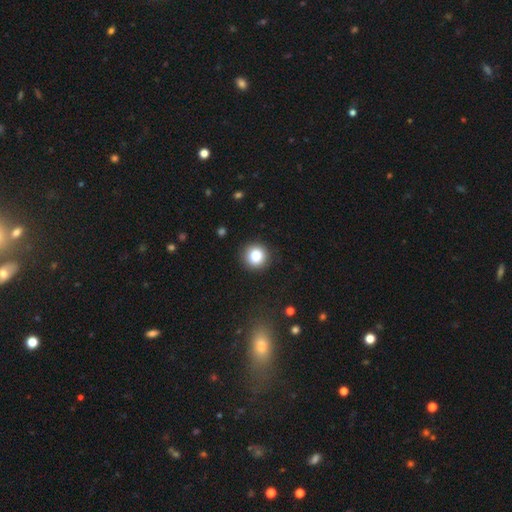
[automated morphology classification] Smooth or featured: smooth — 82% (star or artifact — 11%)
How rounded: round — 94% (in between — 5%)
Merging: none — 91% (minor disturbance — 6%)